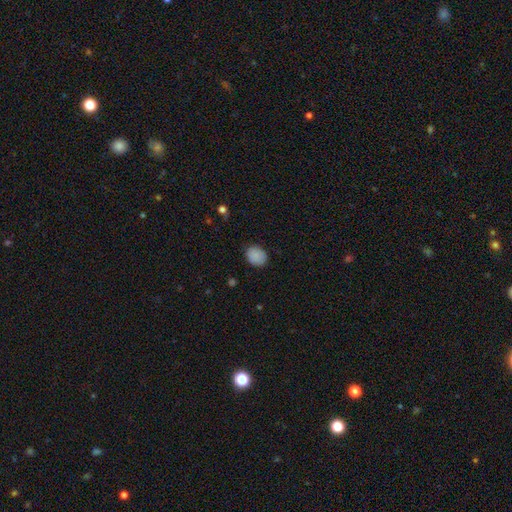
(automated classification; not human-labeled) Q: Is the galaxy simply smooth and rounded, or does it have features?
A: smooth — 88%.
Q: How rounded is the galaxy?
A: in between — 52%.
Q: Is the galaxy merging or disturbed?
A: none — 85%.